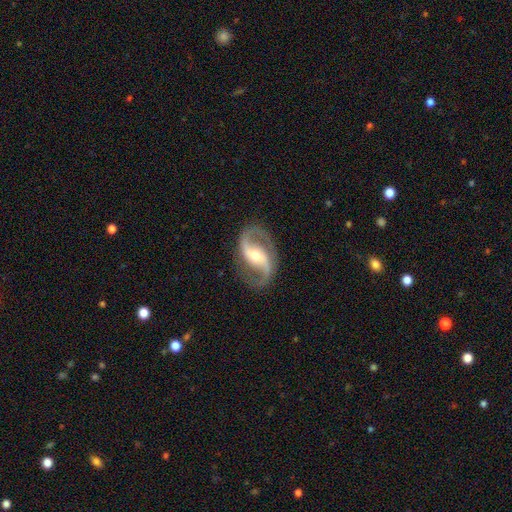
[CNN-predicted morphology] A featured or disk galaxy (92%) with a weak bar (36%), 2 (94%) medium (46%) spiral arms (98%) and a moderate central bulge (59%).

Vote fractions:
- Smooth or featured? featured or disk: 92% / star or artifact: 4% / smooth: 4%
- Edge-on disk? no: 97% / yes: 3%
- Bar? weak: 36% / strong: 33% / no: 31%
- Spiral arms? yes: 98% / no: 2%
- Spiral winding? medium: 46% / loose: 44% / tight: 10%
- Spiral arm count? 2: 94% / can't tell: 1% / 1: 1% / 3: 1% / 4: 1% / more than 4: 1%
- Bulge size? moderate: 59% / small: 34% / large: 4% / none: 1% / dominant: 1%
- Merging? none: 85% / minor disturbance: 10% / major disturbance: 4% / merger: 1%